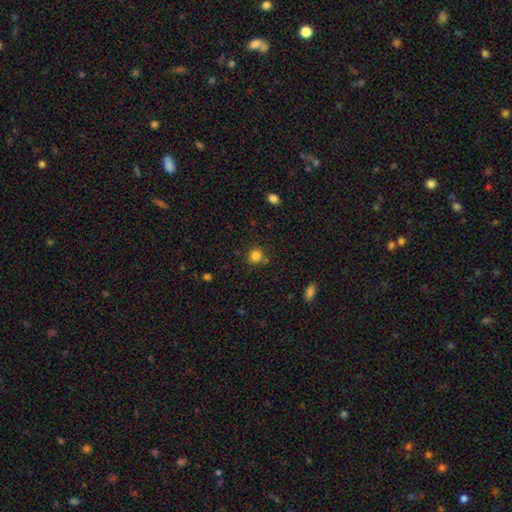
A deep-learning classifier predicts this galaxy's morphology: A smooth galaxy with no disk features (83%) that is round (89%).

Vote fractions:
- Smooth or featured? smooth: 83% / star or artifact: 12% / featured or disk: 5%
- How rounded? round: 89% / in between: 10% / cigar-shaped: 1%
- Merging? none: 80% / minor disturbance: 12% / merger: 5% / major disturbance: 3%